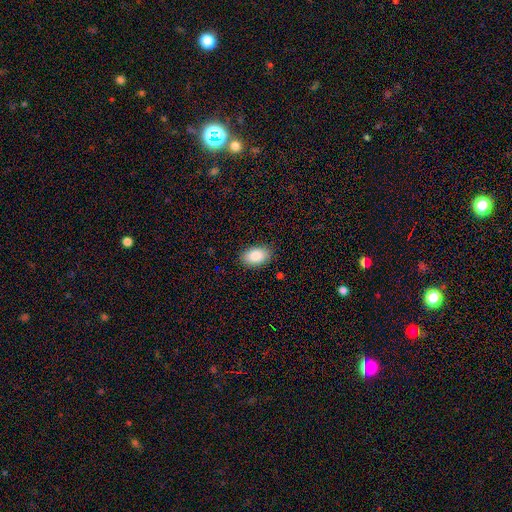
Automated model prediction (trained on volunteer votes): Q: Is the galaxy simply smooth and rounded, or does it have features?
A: smooth — 87%.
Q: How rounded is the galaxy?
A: in between — 92%.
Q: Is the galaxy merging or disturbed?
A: none — 87%.